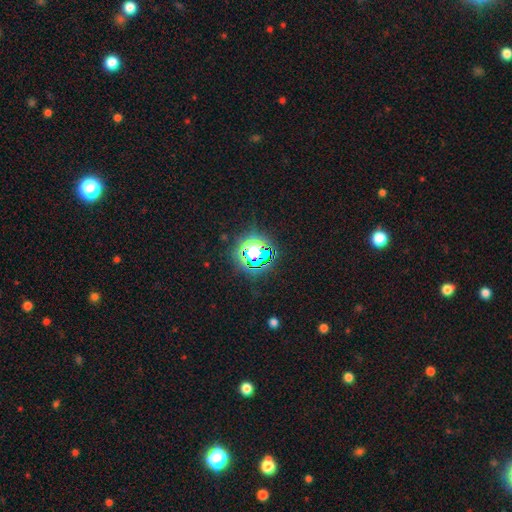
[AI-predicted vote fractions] A star or artifact, not a galaxy (72%).